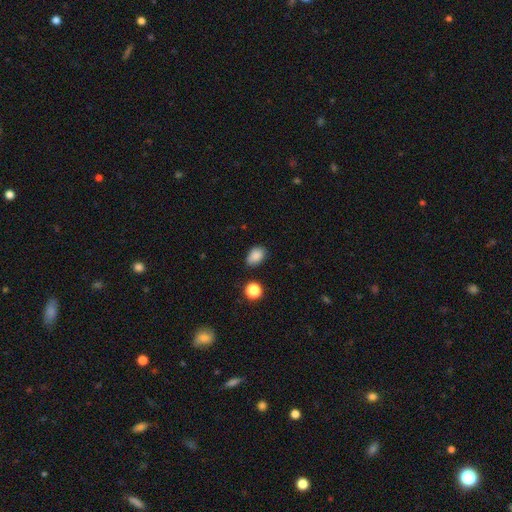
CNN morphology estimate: This appears to be a smooth galaxy with no disk features (86%) that is in between round and cigar-shaped (79%). Merging: none (72%).